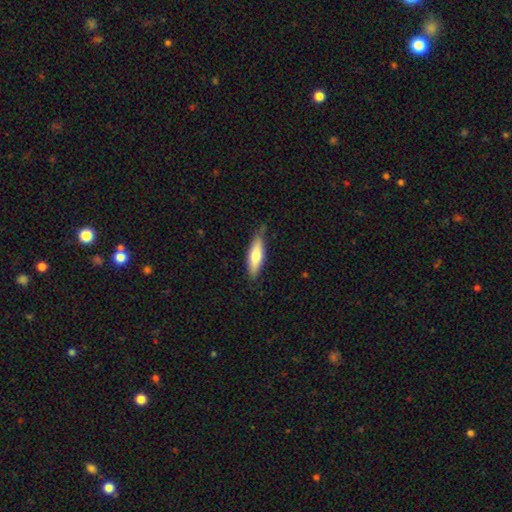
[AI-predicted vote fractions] The model was most divided on "how rounded": cigar-shaped: 51%, in between: 47%, round: 2%. More confident: merging — none (76%); smooth or featured — smooth (70%).